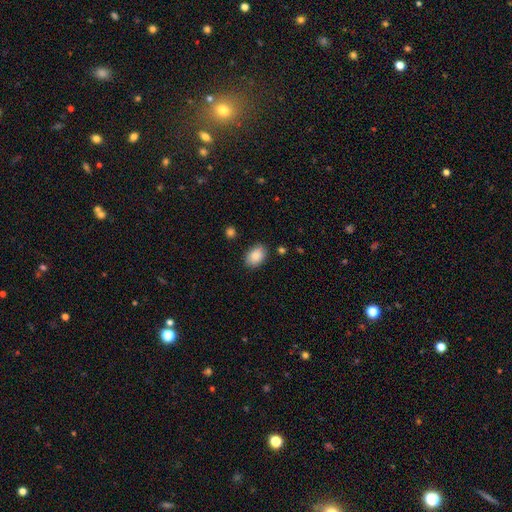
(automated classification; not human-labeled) Smooth or featured? Predicted: smooth (p=0.86). How rounded? Predicted: in between (p=0.78). Merging? Predicted: none (p=0.84).